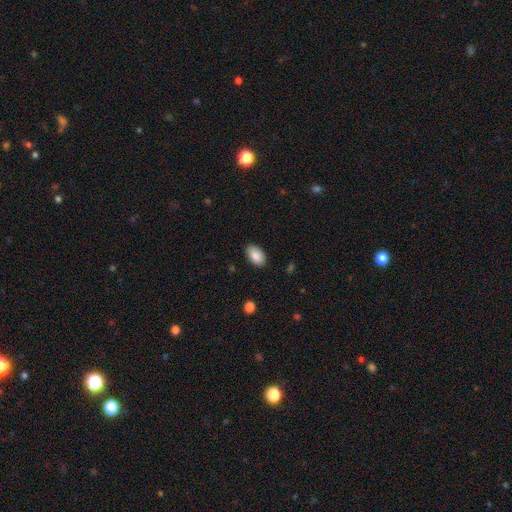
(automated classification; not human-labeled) Overall: smooth (88%). How rounded: in between (93%). Merging: none (86%).